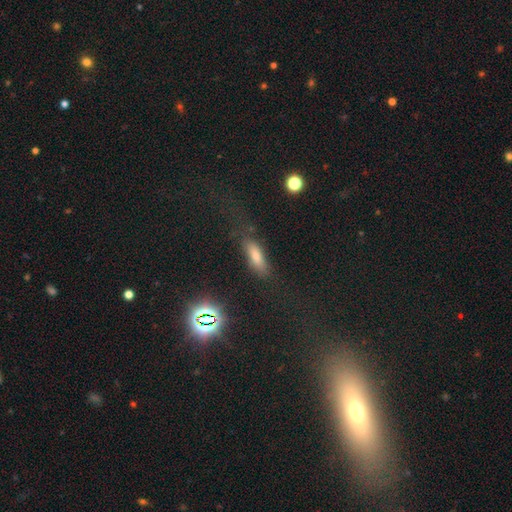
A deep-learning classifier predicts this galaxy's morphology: smooth 47%, star or artifact 28%, featured or disk 25%. Down the decision tree: merging — none (54%).